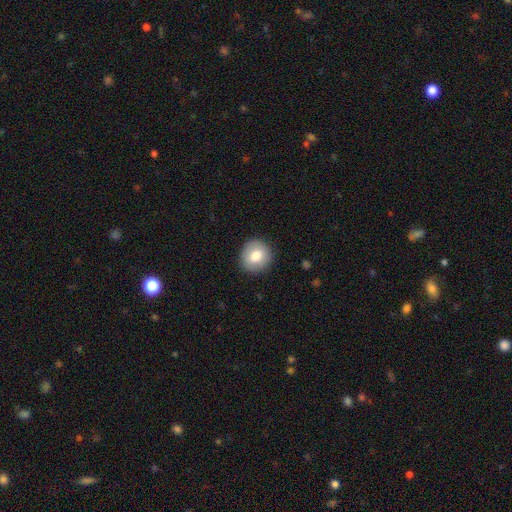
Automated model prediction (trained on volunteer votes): Morphology: type=smooth (79%); roundness=round (86%); merging=none (89%).